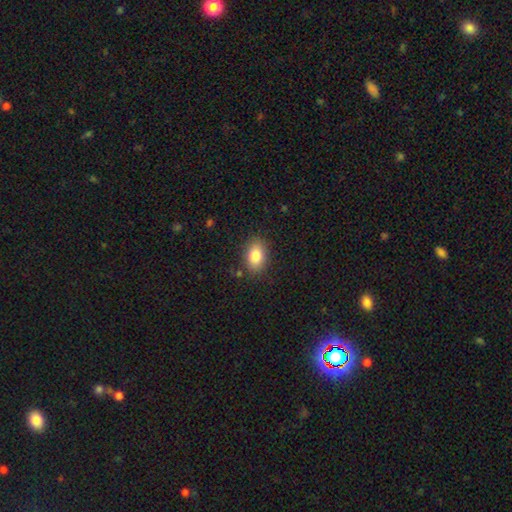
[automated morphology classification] A smooth galaxy with no disk features (84%) that is in between round and cigar-shaped (85%). Merging: none (84%).